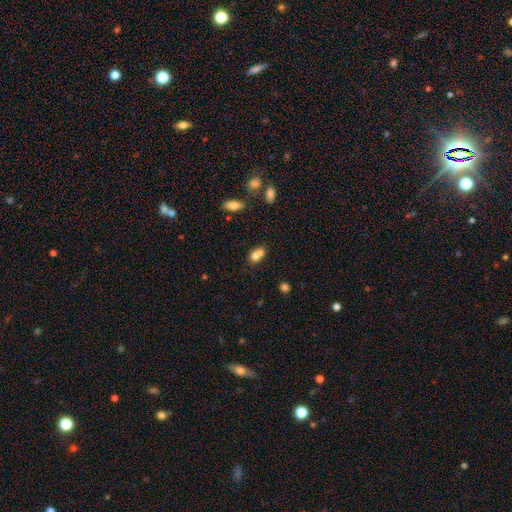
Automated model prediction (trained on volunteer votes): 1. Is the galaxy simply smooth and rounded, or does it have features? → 76% smooth, 13% featured or disk, 11% star or artifact.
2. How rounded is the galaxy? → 71% in between, 25% round, 4% cigar-shaped.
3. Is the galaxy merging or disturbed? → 43% merger, 35% none, 16% minor disturbance, 6% major disturbance.